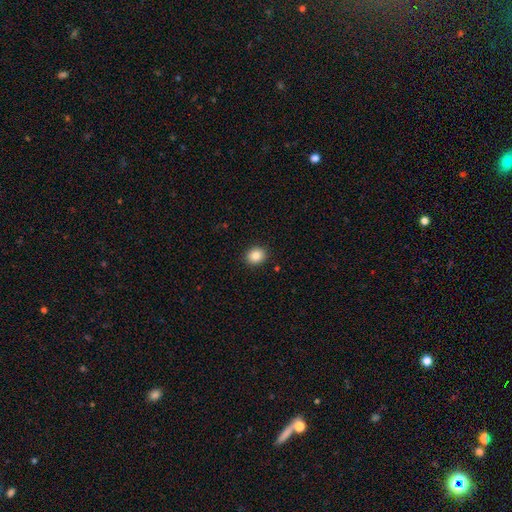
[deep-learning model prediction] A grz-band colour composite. It shows a smooth galaxy with no disk features (85%) that is round (74%). Merging: none (91%).